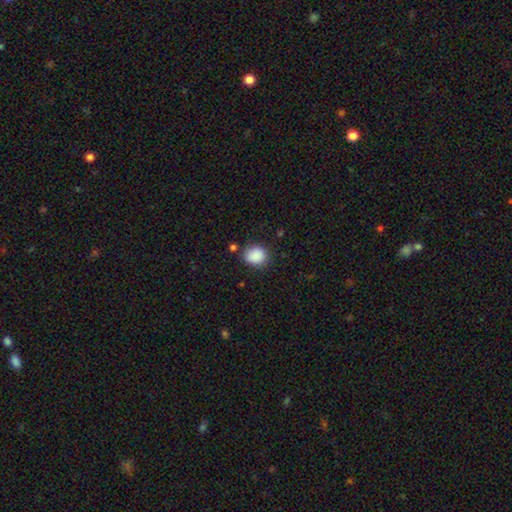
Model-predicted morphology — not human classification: A smooth galaxy with no disk features (88%) that is round (63%).

Vote fractions:
- Smooth or featured? smooth: 88% / star or artifact: 8% / featured or disk: 4%
- How rounded? round: 63% / in between: 36% / cigar-shaped: 1%
- Merging? none: 79% / minor disturbance: 14% / major disturbance: 4% / merger: 3%